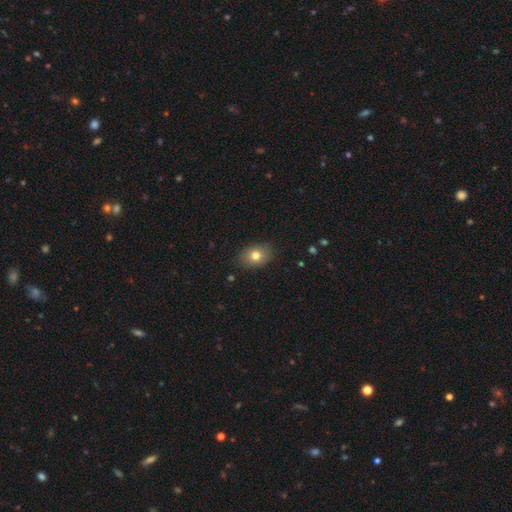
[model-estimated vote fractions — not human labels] A smooth galaxy with no disk features (78%) that is in between round and cigar-shaped (69%). Merging: none (86%).